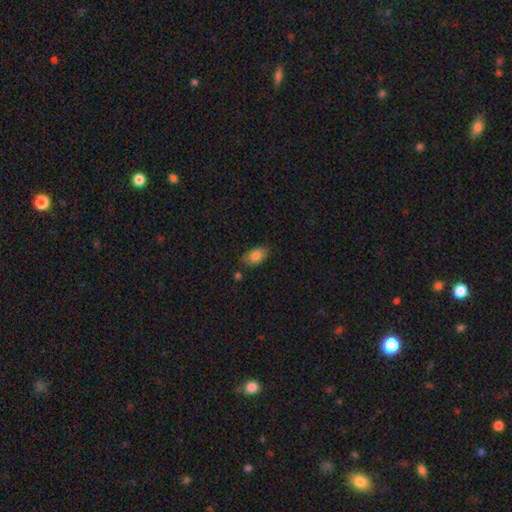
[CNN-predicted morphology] Smooth or featured: smooth — 83% (featured or disk — 9%)
How rounded: in between — 90% (round — 7%)
Merging: none — 75% (minor disturbance — 17%)